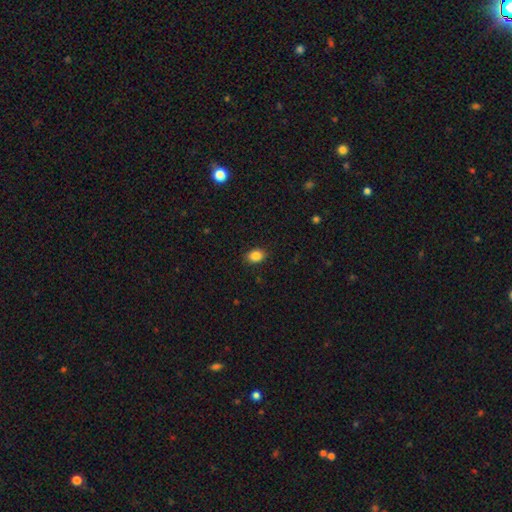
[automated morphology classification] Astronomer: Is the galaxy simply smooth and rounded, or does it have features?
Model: smooth — 87%.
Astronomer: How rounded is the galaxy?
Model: in between — 74%.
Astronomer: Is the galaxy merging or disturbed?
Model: none — 88%.